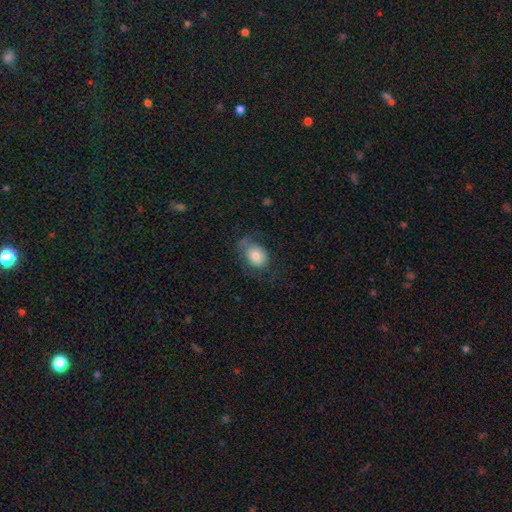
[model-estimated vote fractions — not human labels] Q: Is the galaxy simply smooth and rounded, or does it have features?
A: smooth — 74%.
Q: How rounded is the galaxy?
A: in between — 59%.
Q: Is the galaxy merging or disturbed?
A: none — 52%.